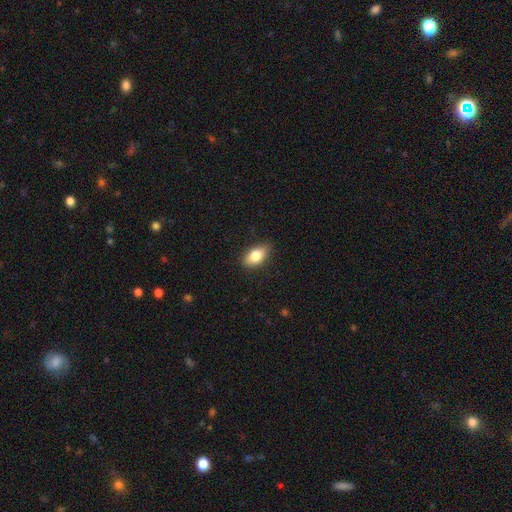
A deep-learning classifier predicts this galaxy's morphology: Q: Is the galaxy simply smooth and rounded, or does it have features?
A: smooth — 81%.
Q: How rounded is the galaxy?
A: in between — 89%.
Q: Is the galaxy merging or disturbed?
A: none — 84%.